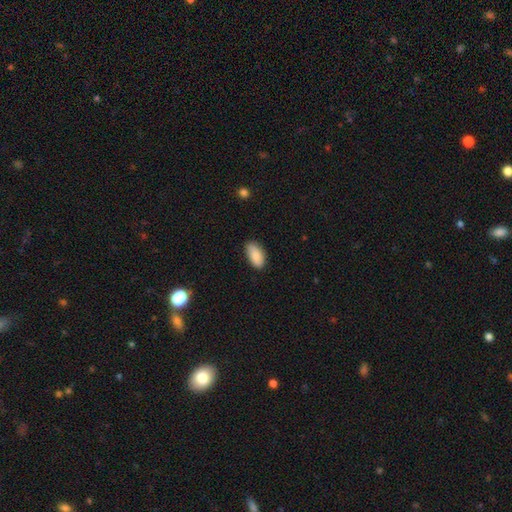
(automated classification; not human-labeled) smooth 86%, featured or disk 7%, star or artifact 7%. Down the decision tree: how rounded — in between (92%); merging — none (83%).